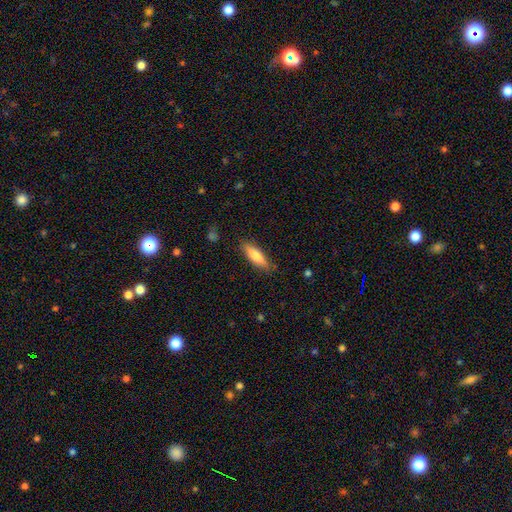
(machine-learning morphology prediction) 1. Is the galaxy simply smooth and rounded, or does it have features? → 76% smooth, 18% featured or disk, 6% star or artifact.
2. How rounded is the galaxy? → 56% cigar-shaped, 43% in between, 2% round.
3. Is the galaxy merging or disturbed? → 84% none, 12% minor disturbance, 3% major disturbance, 1% merger.